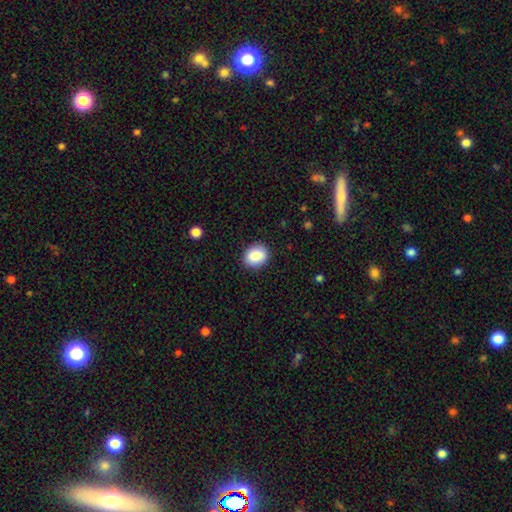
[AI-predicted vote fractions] This is clearly a smooth galaxy (86%). How rounded: possibly round (53%). Merging: clearly none (89%).